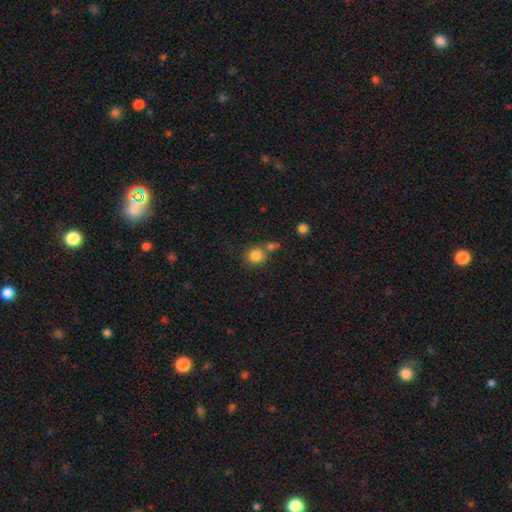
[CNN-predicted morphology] Smooth or featured? smooth (84%)
How rounded? round (89%)
Merging? none (66%)